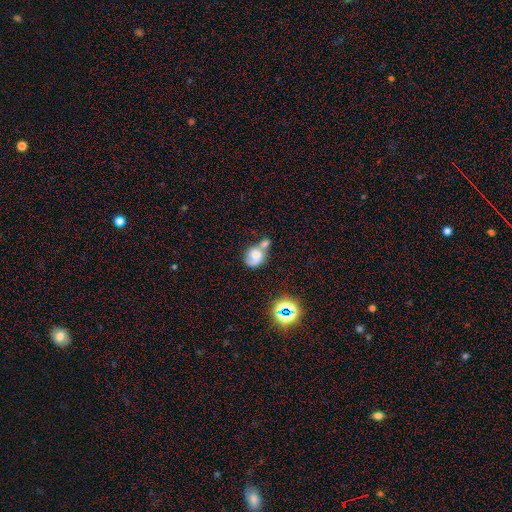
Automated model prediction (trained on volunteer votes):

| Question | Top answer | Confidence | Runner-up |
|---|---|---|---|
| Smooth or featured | smooth | 56% | featured or disk (30%) |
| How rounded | round | 55% | in between (44%) |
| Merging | merger | 49% | none (25%) |